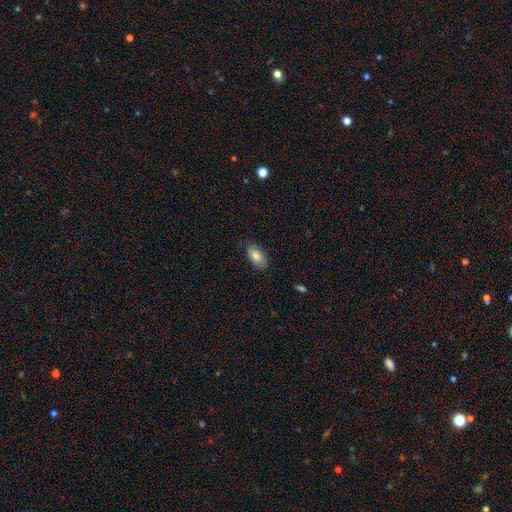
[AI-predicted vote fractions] This appears to be a smooth galaxy with no disk features (81%) that is in between round and cigar-shaped (92%). Merging: none (81%).